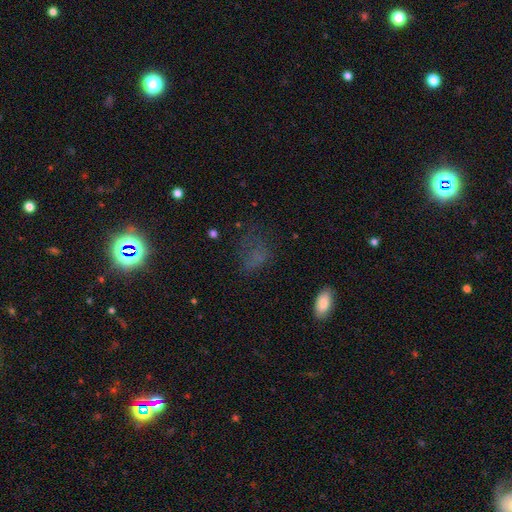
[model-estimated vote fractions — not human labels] Morphology: type=smooth (51%); roundness=in between (67%); merging=none (49%).